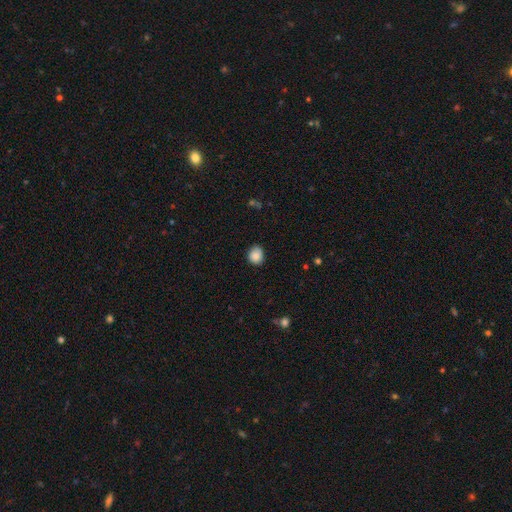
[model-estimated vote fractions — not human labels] Overall: smooth (86%). How rounded: round (70%). Merging: none (79%).